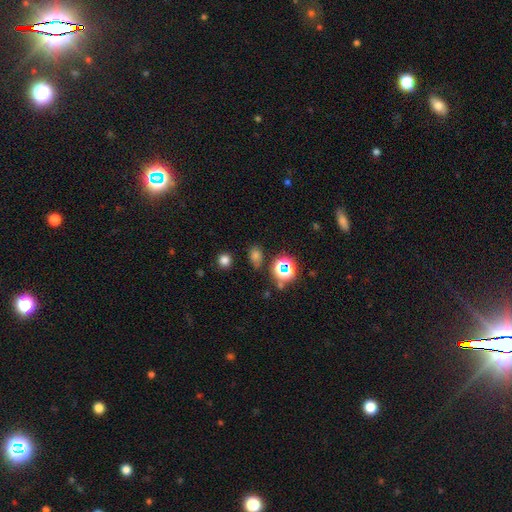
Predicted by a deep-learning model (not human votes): Smooth or featured?
  - smooth: 53% *
  - star or artifact: 40%
  - featured or disk: 7%
How rounded?
  - round: 62% *
  - in between: 36%
  - cigar-shaped: 2%
Merging?
  - none: 82% *
  - minor disturbance: 10%
  - merger: 5%
  - major disturbance: 4%